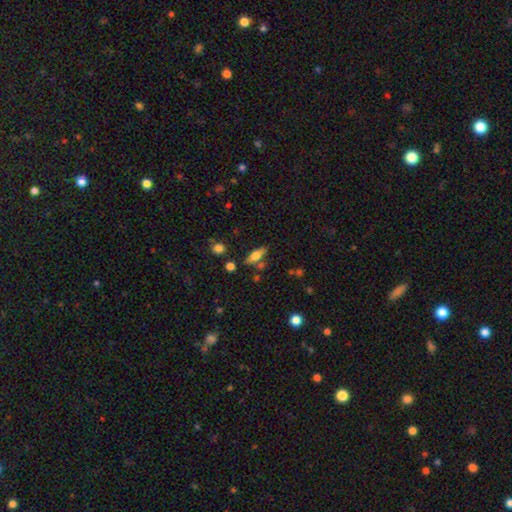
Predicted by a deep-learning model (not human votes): Q: Smooth or featured?
A: smooth (52%); runner-up: featured or disk (40%)
Q: How rounded?
A: in between (57%); runner-up: cigar-shaped (39%)
Q: Merging?
A: none (73%); runner-up: minor disturbance (14%)